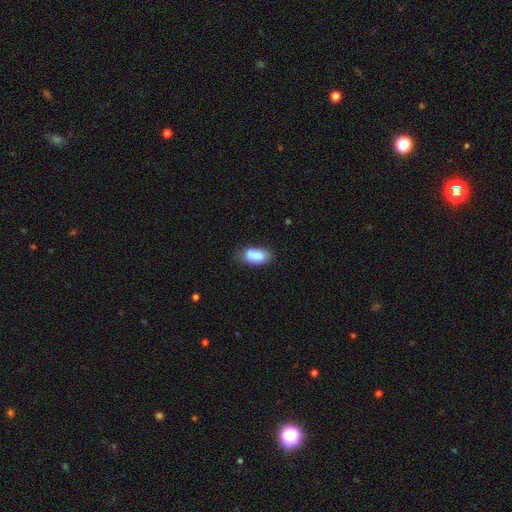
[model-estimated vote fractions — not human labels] Q: Smooth or featured?
A: smooth (77%); runner-up: featured or disk (15%)
Q: How rounded?
A: in between (90%); runner-up: round (7%)
Q: Merging?
A: none (43%); runner-up: minor disturbance (26%)